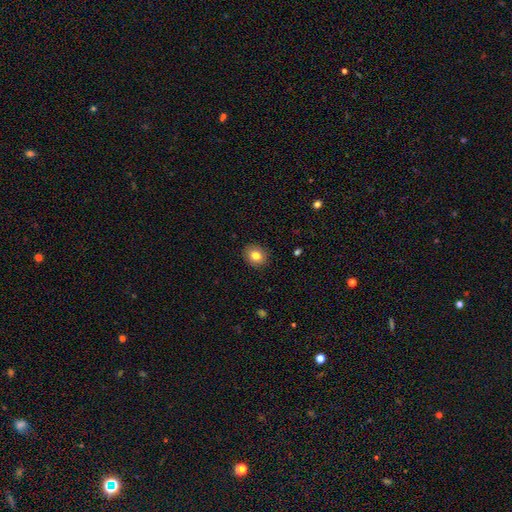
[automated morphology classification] Smooth or featured? Predicted: smooth (p=0.81). How rounded? Predicted: round (p=0.70). Merging? Predicted: none (p=0.90).